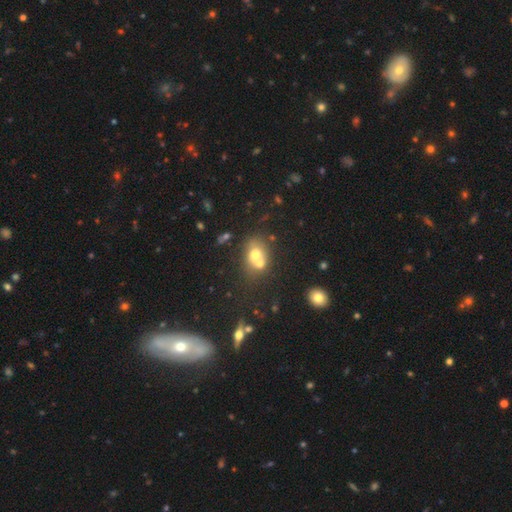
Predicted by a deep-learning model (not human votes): The model was most divided on "how rounded": round: 56%, in between: 43%, cigar-shaped: 1%. More confident: smooth or featured — smooth (63%); merging — merger (52%).